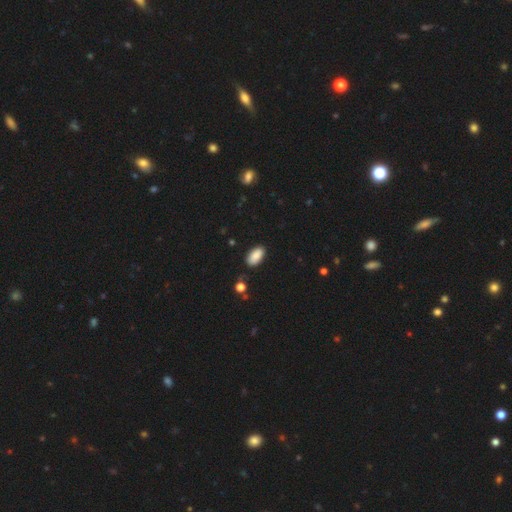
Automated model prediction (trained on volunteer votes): Smooth or featured: smooth — 87% (star or artifact — 7%)
How rounded: in between — 95% (round — 3%)
Merging: none — 82% (minor disturbance — 14%)